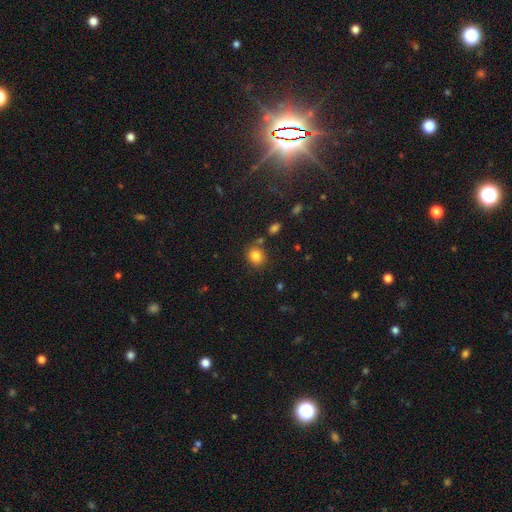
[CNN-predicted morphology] A smooth galaxy with no disk features (83%) that is round (73%).

Vote fractions:
- Smooth or featured? smooth: 83% / star or artifact: 11% / featured or disk: 6%
- How rounded? round: 73% / in between: 26% / cigar-shaped: 1%
- Merging? none: 76% / minor disturbance: 12% / merger: 8% / major disturbance: 4%